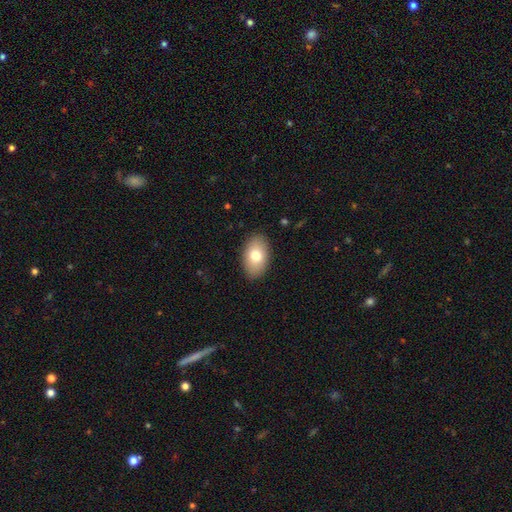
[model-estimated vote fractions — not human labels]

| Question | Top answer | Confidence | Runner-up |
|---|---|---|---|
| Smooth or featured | smooth | 76% | featured or disk (17%) |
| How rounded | in between | 92% | round (7%) |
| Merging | none | 88% | minor disturbance (9%) |